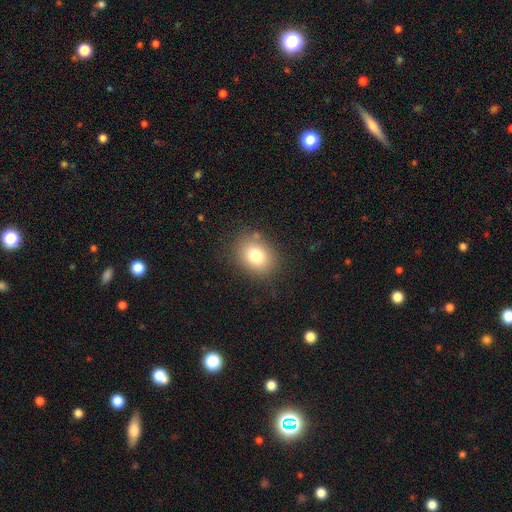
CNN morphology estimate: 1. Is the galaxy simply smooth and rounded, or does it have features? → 78% smooth, 11% star or artifact, 10% featured or disk.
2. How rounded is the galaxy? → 51% in between, 48% round, 1% cigar-shaped.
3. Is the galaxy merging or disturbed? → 82% none, 12% minor disturbance, 4% major disturbance, 2% merger.